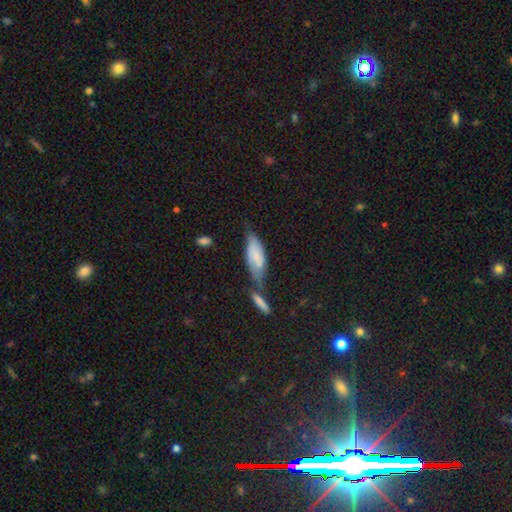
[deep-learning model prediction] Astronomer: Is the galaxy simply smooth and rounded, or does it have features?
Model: smooth — 58% (runner-up: featured or disk, 35%).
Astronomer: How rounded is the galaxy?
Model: in between — 71%.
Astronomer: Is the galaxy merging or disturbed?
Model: merger — 34% (runner-up: none, 32%).